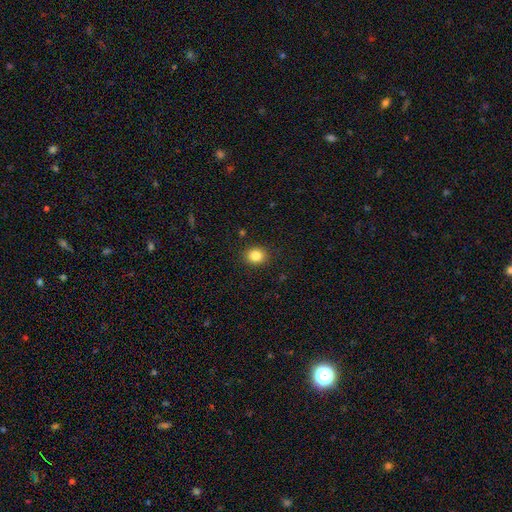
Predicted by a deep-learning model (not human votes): Overall: smooth (84%). How rounded: round (69%; in between 30%). Merging: none (89%).